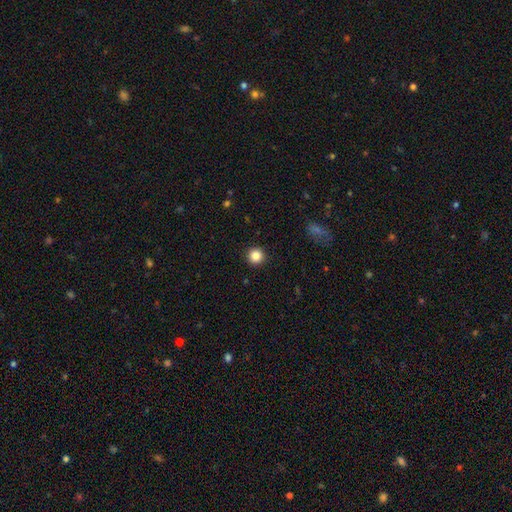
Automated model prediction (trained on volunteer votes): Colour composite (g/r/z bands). It shows a smooth galaxy with no disk features (85%) that is round (96%). Merging: none (93%).